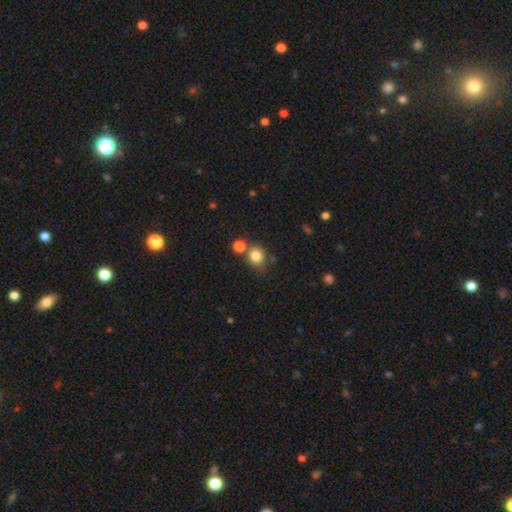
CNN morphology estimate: A smooth galaxy with no disk features (82%) that is round (80%). Merging: none (65%).